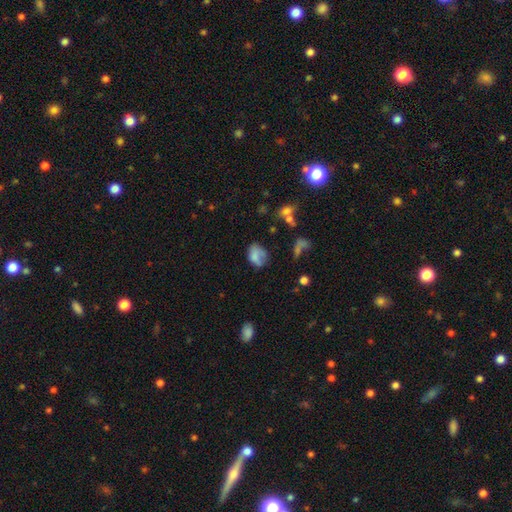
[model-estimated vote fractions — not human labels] smooth-or-featured: smooth: 73% | featured or disk: 16% | star or artifact: 11%
  how-rounded: in between: 70% | round: 29% | cigar-shaped: 1%
  merging: none: 45% | minor disturbance: 31% | major disturbance: 18% | merger: 6%